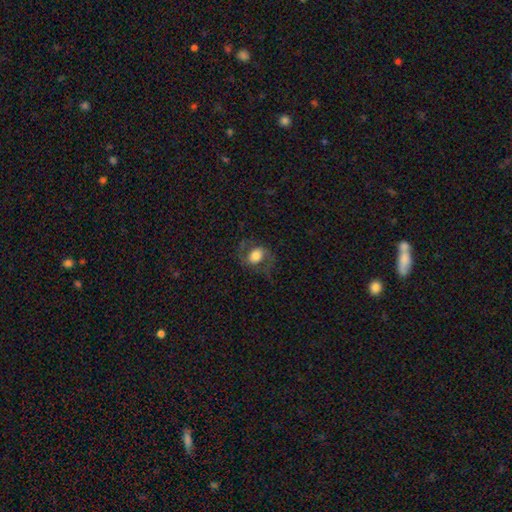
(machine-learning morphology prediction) This appears to be a featured or disk galaxy (56%) with no bar (59%), spiral arms (80%) and a large central bulge (45%). Merging: none (68%).